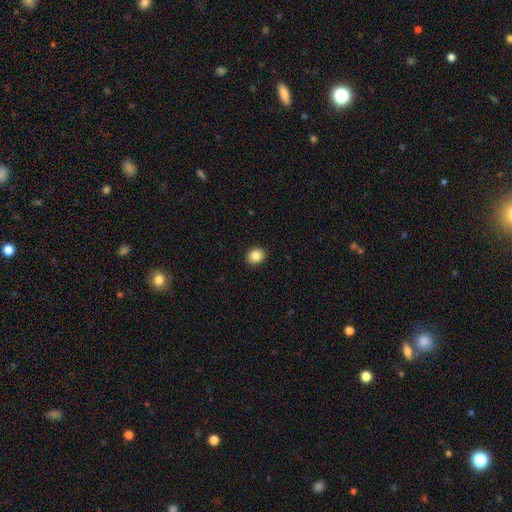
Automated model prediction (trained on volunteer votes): smooth_or_featured: smooth (p=0.86) [alt: star or artifact p=0.09]
how_rounded: round (p=0.69) [alt: in between p=0.30]
merging: none (p=0.92) [alt: minor disturbance p=0.06]